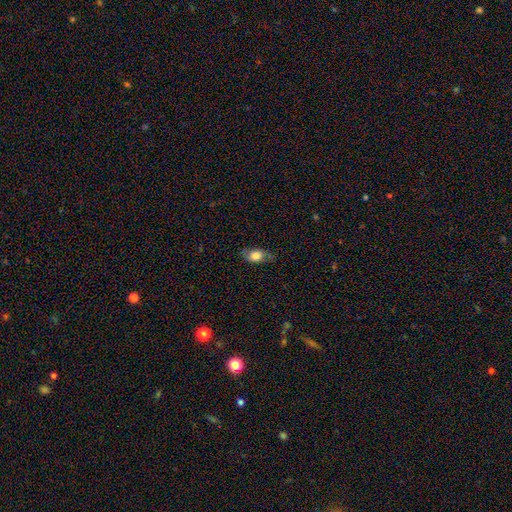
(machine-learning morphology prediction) This is likely a smooth galaxy (79%). How rounded: clearly in between (81%). Merging: likely none (66%).